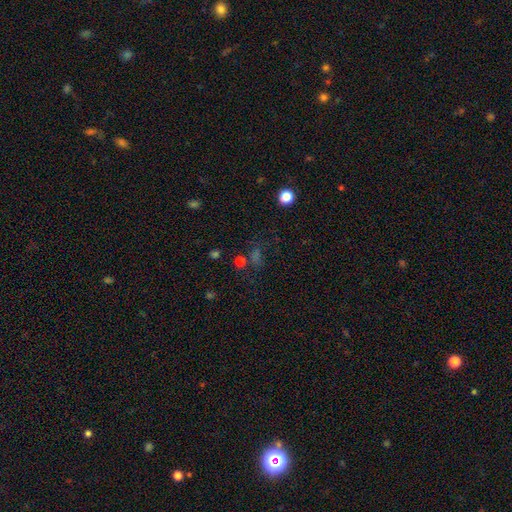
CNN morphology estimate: Q: Smooth or featured?
A: star or artifact (49%); runner-up: smooth (38%)